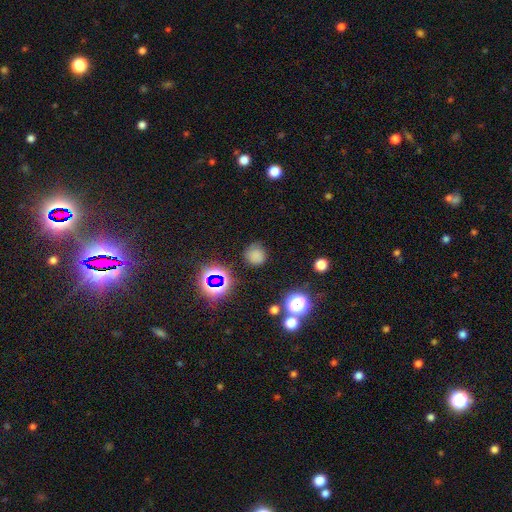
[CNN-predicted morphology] A smooth galaxy with no disk features (72%) that is round (89%). Merging: none (76%).